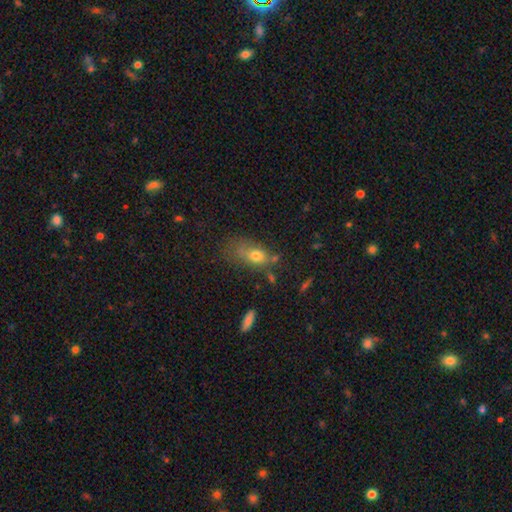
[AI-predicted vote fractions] Smooth or featured?
  - smooth: 71% *
  - featured or disk: 18%
  - star or artifact: 12%
How rounded?
  - in between: 77% *
  - round: 18%
  - cigar-shaped: 5%
Merging?
  - none: 39% *
  - minor disturbance: 26%
  - major disturbance: 25%
  - merger: 10%